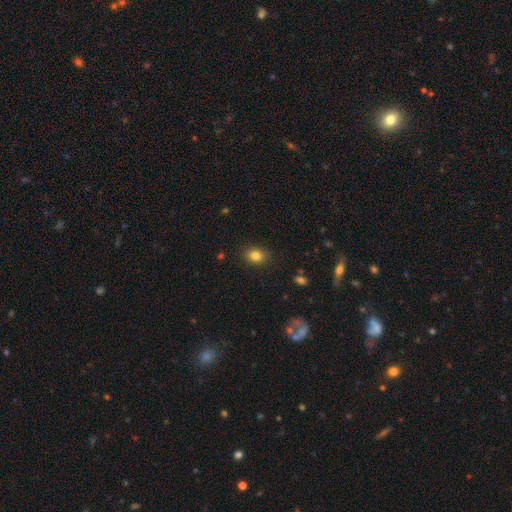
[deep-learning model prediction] Smooth or featured: smooth — 83% (star or artifact — 11%)
How rounded: in between — 51% (round — 48%)
Merging: none — 87% (minor disturbance — 9%)